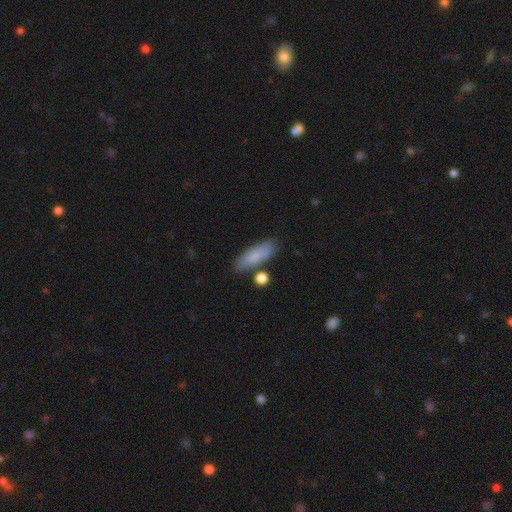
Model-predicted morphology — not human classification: Smooth or featured: smooth — 82% (featured or disk — 12%)
How rounded: in between — 52% (cigar-shaped — 45%)
Merging: none — 76% (minor disturbance — 14%)